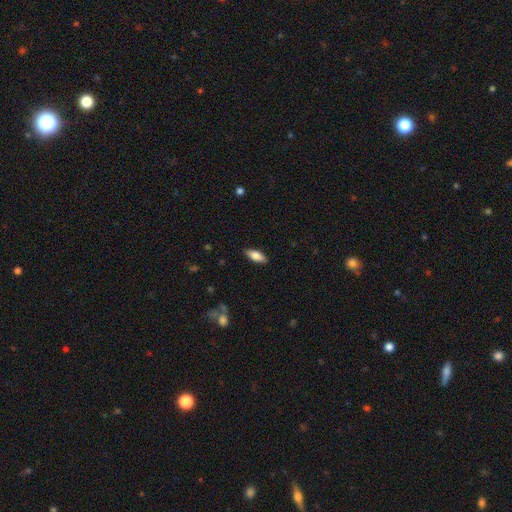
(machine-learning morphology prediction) type=smooth (76%); roundness=in between (74%); merging=none (87%).